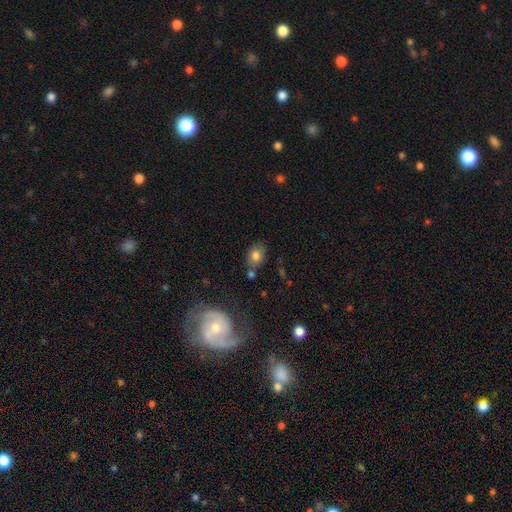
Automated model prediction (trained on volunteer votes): smooth-or-featured: smooth: 76% | featured or disk: 14% | star or artifact: 10%
  how-rounded: in between: 68% | round: 30% | cigar-shaped: 1%
  merging: none: 68% | minor disturbance: 17% | merger: 11% | major disturbance: 5%